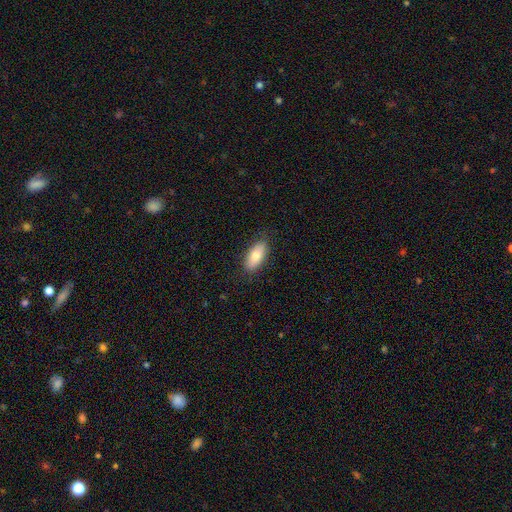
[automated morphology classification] Q: Smooth or featured?
A: smooth (78%); runner-up: featured or disk (15%)
Q: How rounded?
A: in between (88%); runner-up: cigar-shaped (9%)
Q: Merging?
A: none (84%); runner-up: minor disturbance (12%)